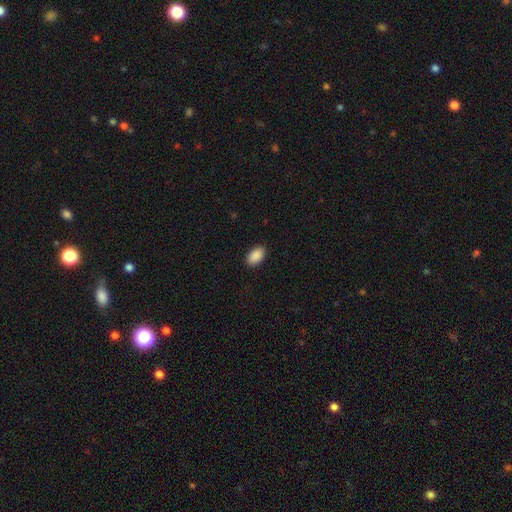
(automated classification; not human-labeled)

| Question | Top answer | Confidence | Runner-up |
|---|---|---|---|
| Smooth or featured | smooth | 90% | star or artifact (7%) |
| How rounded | in between | 93% | round (5%) |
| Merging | none | 89% | minor disturbance (8%) |